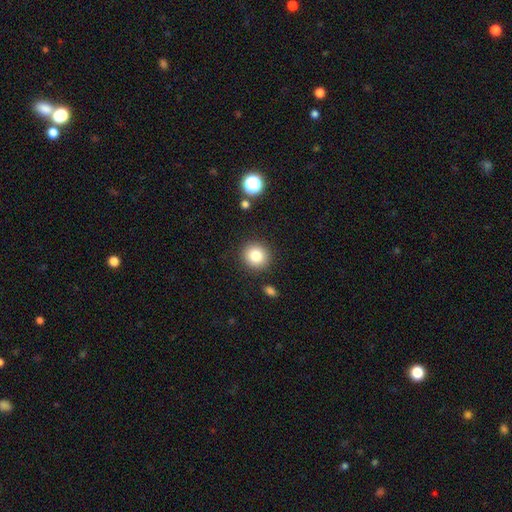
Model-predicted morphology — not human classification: A smooth galaxy with no disk features (82%) that is round (90%). Merging: none (89%).